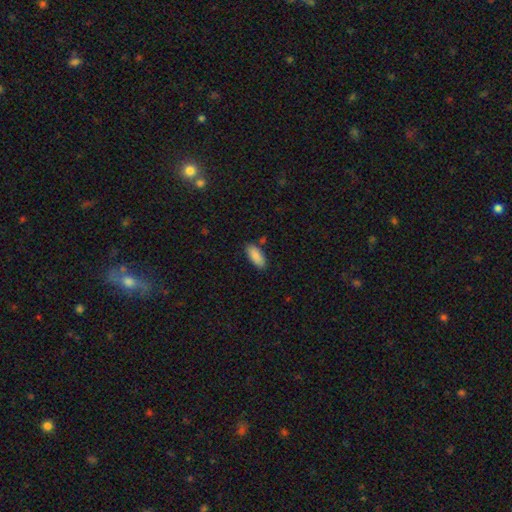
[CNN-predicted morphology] A smooth galaxy with no disk features (89%) that is in between round and cigar-shaped (85%).

Vote fractions:
- Smooth or featured? smooth: 89% / star or artifact: 6% / featured or disk: 5%
- How rounded? in between: 85% / cigar-shaped: 13% / round: 2%
- Merging? none: 81% / minor disturbance: 13% / merger: 3% / major disturbance: 3%